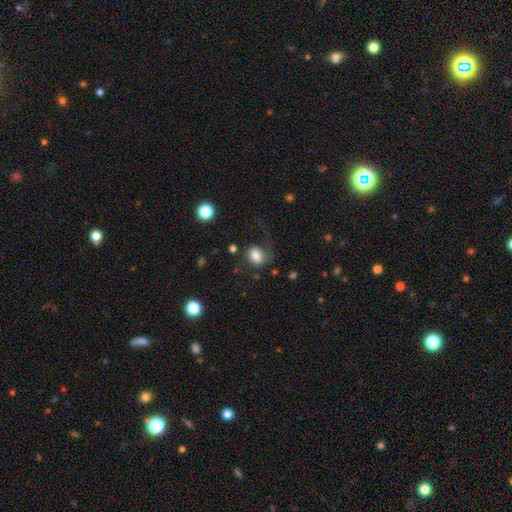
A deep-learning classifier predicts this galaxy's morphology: Smooth or featured?
  - smooth: 79% *
  - featured or disk: 11%
  - star or artifact: 10%
How rounded?
  - in between: 59% *
  - round: 40%
  - cigar-shaped: 1%
Merging?
  - none: 56% *
  - minor disturbance: 21%
  - major disturbance: 20%
  - merger: 3%